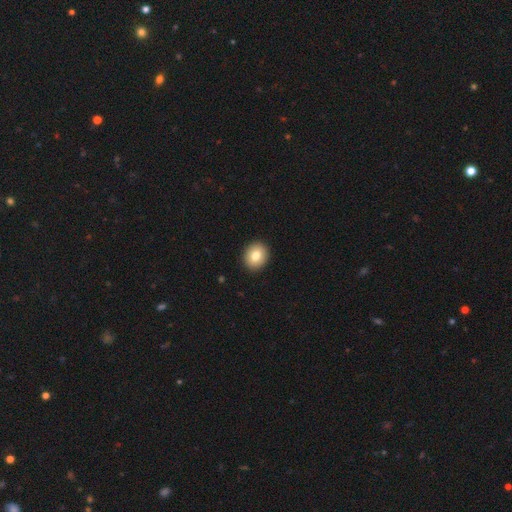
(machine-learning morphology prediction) The model was most divided on "how rounded": round: 71%, in between: 28%, cigar-shaped: 1%. More confident: merging — none (92%); smooth or featured — smooth (79%).